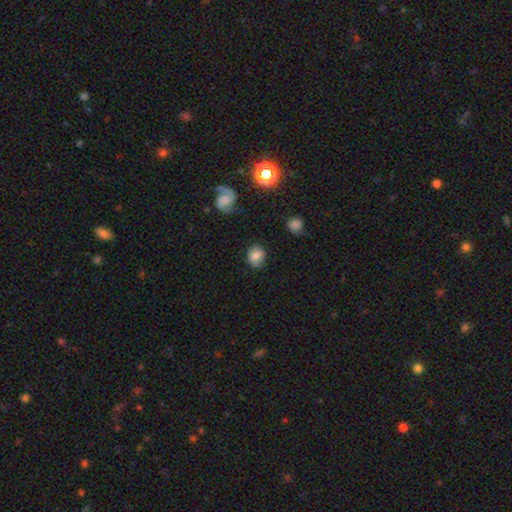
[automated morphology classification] Q: Smooth or featured?
A: smooth (74%); runner-up: featured or disk (17%)
Q: How rounded?
A: round (54%); runner-up: in between (45%)
Q: Merging?
A: none (72%); runner-up: minor disturbance (20%)